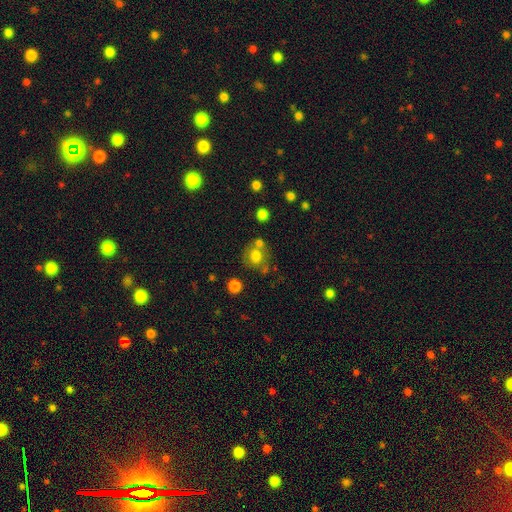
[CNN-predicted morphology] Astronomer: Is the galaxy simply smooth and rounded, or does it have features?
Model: smooth — 71%.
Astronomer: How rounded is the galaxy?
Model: round — 80%.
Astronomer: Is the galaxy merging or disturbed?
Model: none — 56%.